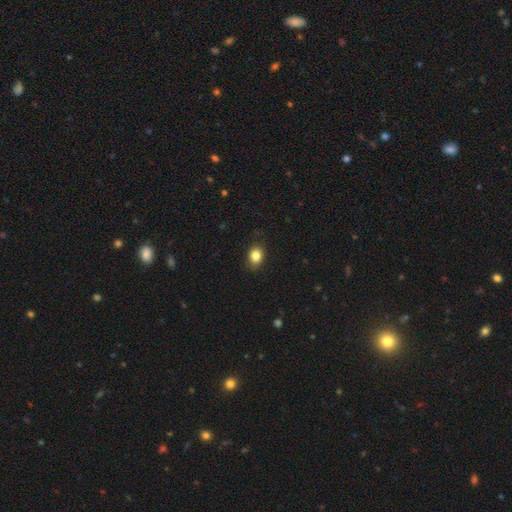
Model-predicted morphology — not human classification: smooth-or-featured: smooth: 84% | star or artifact: 9% | featured or disk: 6%
  how-rounded: in between: 62% | round: 37% | cigar-shaped: 1%
  merging: none: 83% | minor disturbance: 13% | major disturbance: 3% | merger: 1%